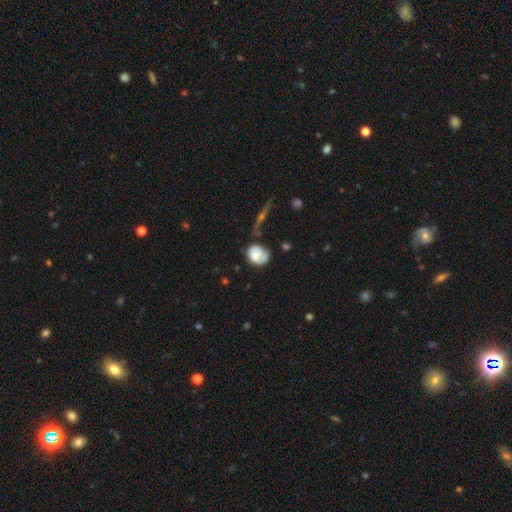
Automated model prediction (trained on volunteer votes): Smooth or featured? Predicted: smooth (p=0.58). How rounded? Predicted: round (p=0.53). Merging? Predicted: none (p=0.38).